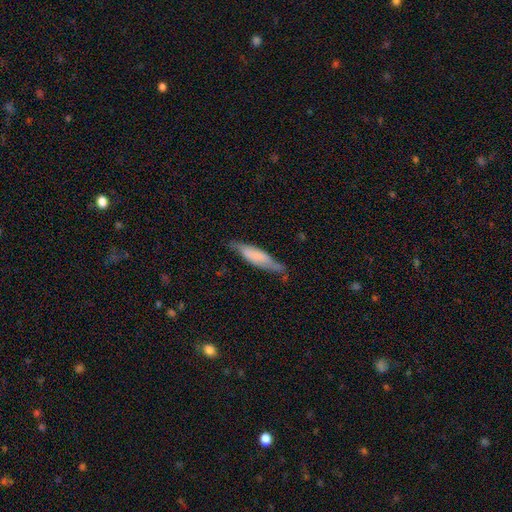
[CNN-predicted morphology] smooth_or_featured: smooth (p=0.56) [alt: featured or disk p=0.38]
how_rounded: cigar-shaped (p=0.74) [alt: in between p=0.25]
merging: none (p=0.70) [alt: minor disturbance p=0.23]